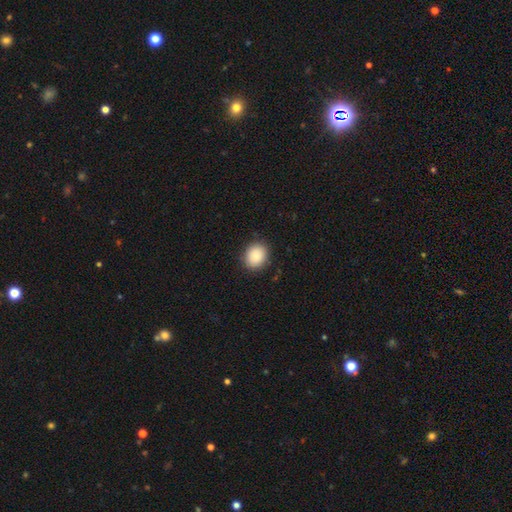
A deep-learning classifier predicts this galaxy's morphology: This is clearly a smooth galaxy (89%). How rounded: likely round (62%). Merging: clearly none (88%).